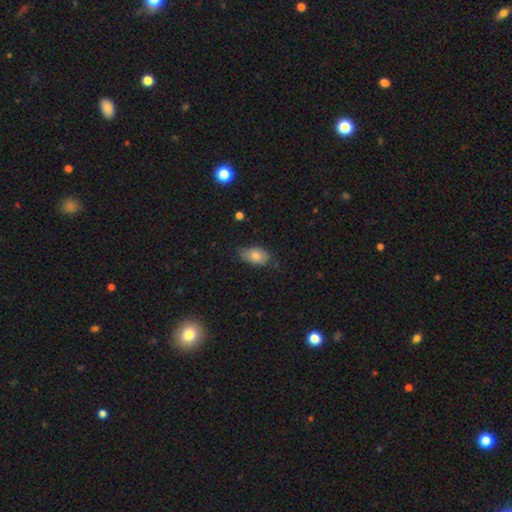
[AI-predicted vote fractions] A smooth galaxy with no disk features (74%) that is in between round and cigar-shaped (90%).

Vote fractions:
- Smooth or featured? smooth: 74% / featured or disk: 17% / star or artifact: 8%
- How rounded? in between: 90% / round: 7% / cigar-shaped: 3%
- Merging? none: 64% / minor disturbance: 29% / major disturbance: 6% / merger: 1%